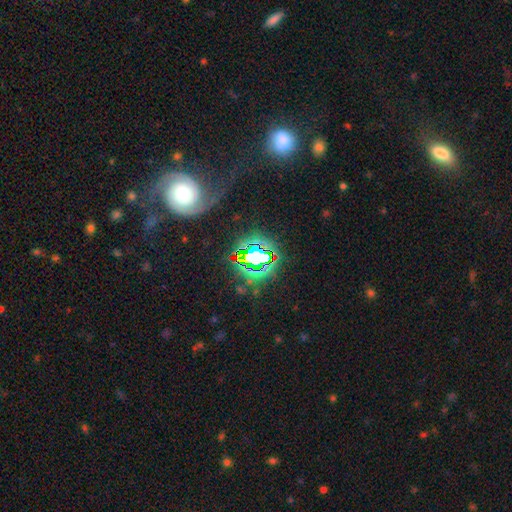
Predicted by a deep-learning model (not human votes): Smooth or featured: star or artifact — 69% (smooth — 17%)